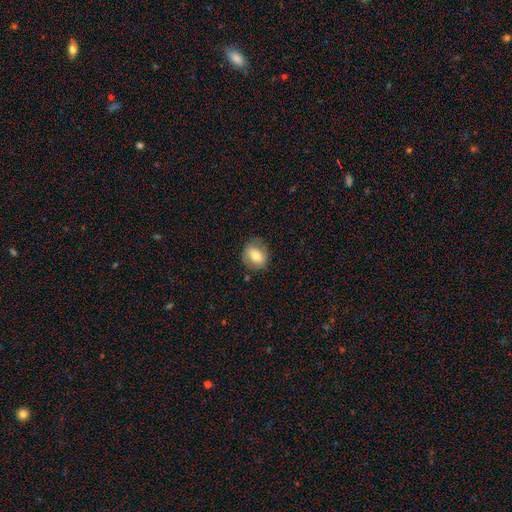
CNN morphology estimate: Smooth or featured? Predicted: smooth (p=0.66). How rounded? Predicted: round (p=0.62). Merging? Predicted: none (p=0.75).